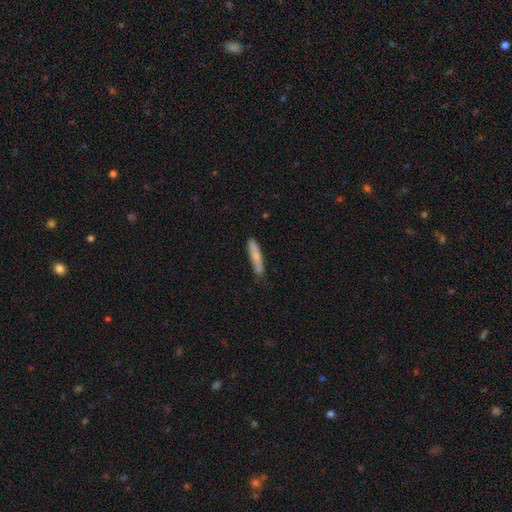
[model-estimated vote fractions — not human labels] A smooth galaxy with no disk features (72%) that is cigar-shaped (90%). Merging: none (75%).